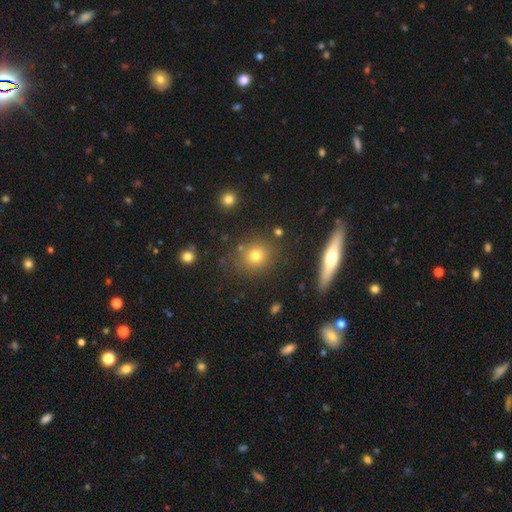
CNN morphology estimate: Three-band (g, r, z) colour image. It shows a smooth galaxy with no disk features (73%) that is round (84%). Merging: none (82%).